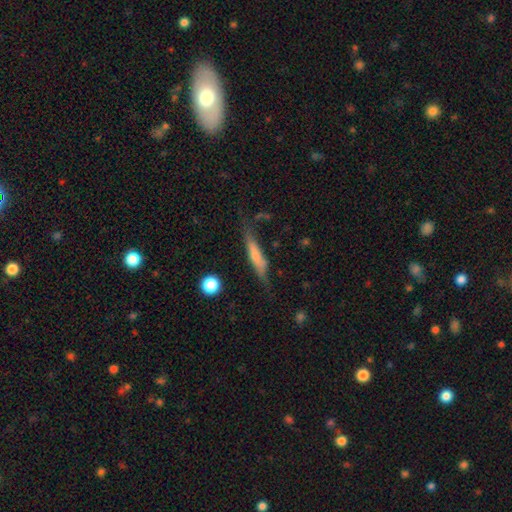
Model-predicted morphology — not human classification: type=smooth (58%); roundness=cigar-shaped (84%); merging=none (59%).